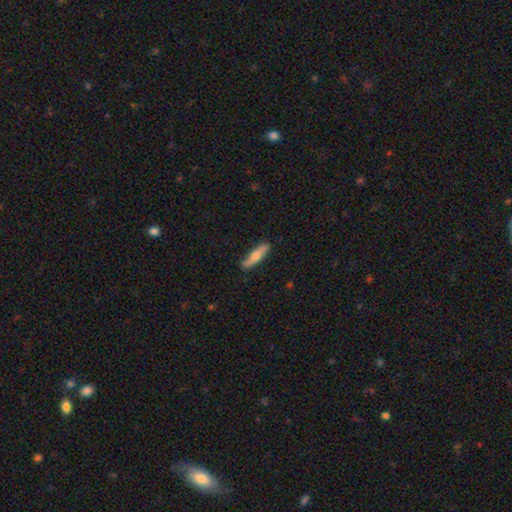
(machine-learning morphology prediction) smooth 52%, featured or disk 42%, star or artifact 5%. Down the decision tree: how rounded — cigar-shaped (76%); merging — none (83%).